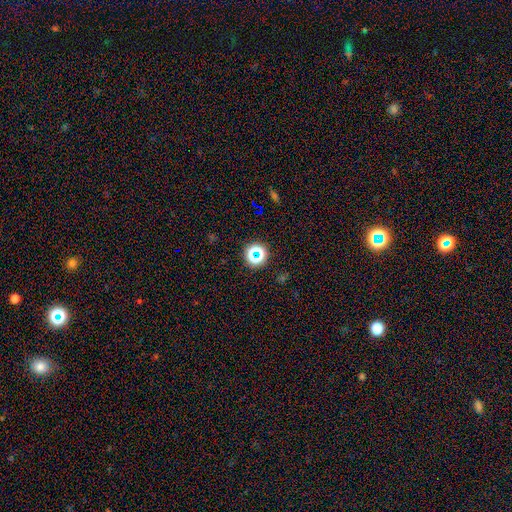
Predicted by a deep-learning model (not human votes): Q: Smooth or featured?
A: star or artifact (62%); runner-up: smooth (29%)